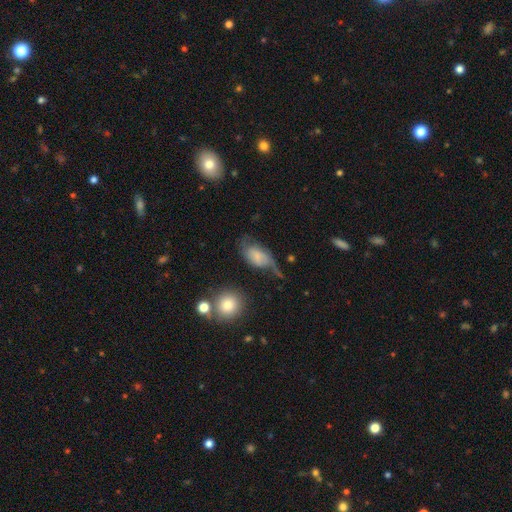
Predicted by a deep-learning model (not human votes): Q: Smooth or featured?
A: smooth (48%); runner-up: featured or disk (43%)
Q: Merging?
A: major disturbance (34%); runner-up: none (30%)